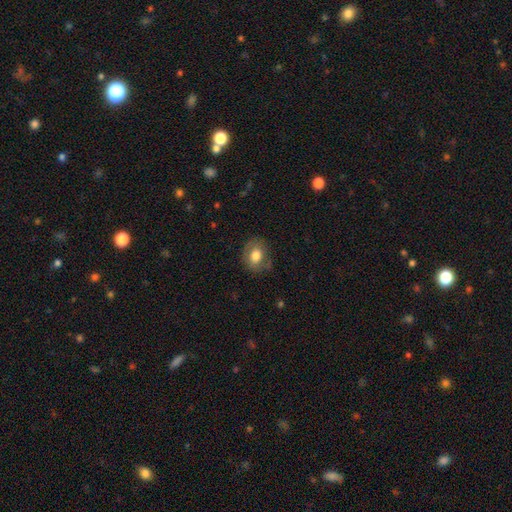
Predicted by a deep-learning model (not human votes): A smooth galaxy with no disk features (74%) that is in between round and cigar-shaped (51%). Merging: none (74%).